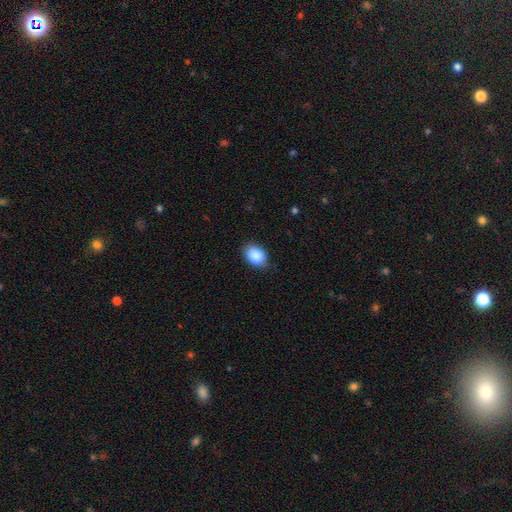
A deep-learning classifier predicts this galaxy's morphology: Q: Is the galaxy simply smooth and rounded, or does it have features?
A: smooth — 89%.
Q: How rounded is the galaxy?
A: in between — 81%.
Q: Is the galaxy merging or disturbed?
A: none — 82%.